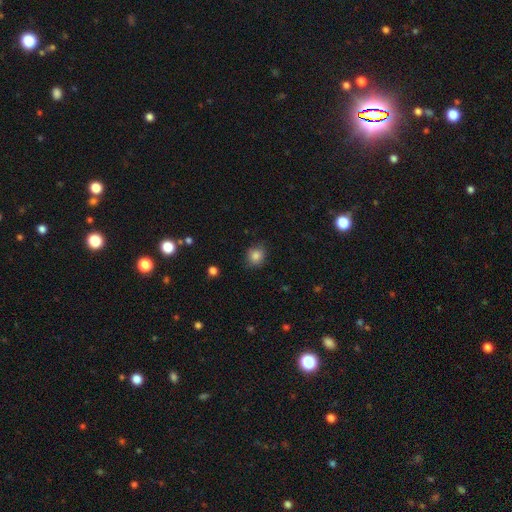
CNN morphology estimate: Q: Smooth or featured?
A: smooth (84%); runner-up: star or artifact (10%)
Q: How rounded?
A: round (76%); runner-up: in between (23%)
Q: Merging?
A: none (80%); runner-up: minor disturbance (16%)